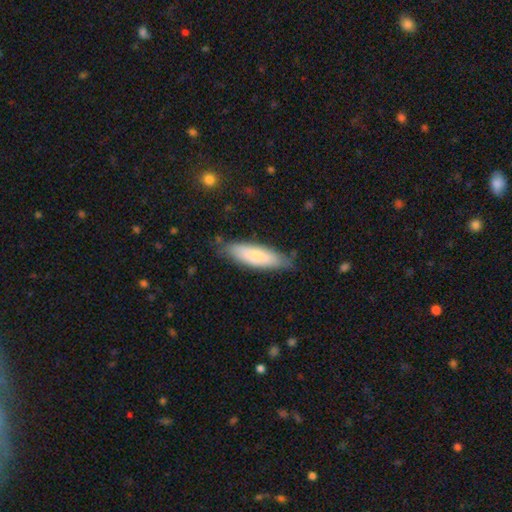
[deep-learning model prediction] Smooth or featured?
  - smooth: 72% *
  - featured or disk: 22%
  - star or artifact: 6%
How rounded?
  - cigar-shaped: 54% *
  - in between: 44%
  - round: 2%
Merging?
  - none: 78% *
  - minor disturbance: 18%
  - major disturbance: 3%
  - merger: 2%